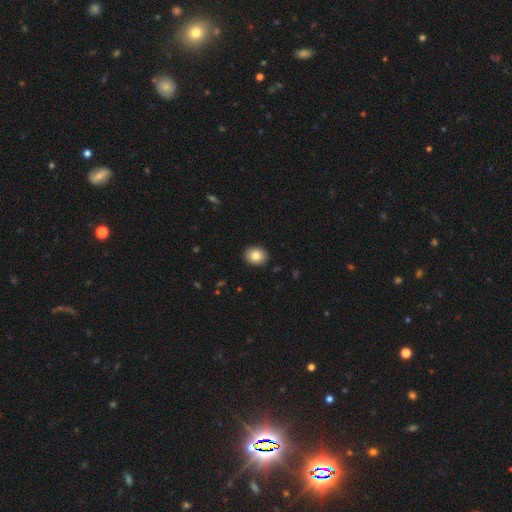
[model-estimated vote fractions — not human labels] smooth_or_featured: smooth (p=0.83) [alt: star or artifact p=0.09]
how_rounded: round (p=0.62) [alt: in between p=0.37]
merging: none (p=0.92) [alt: minor disturbance p=0.06]